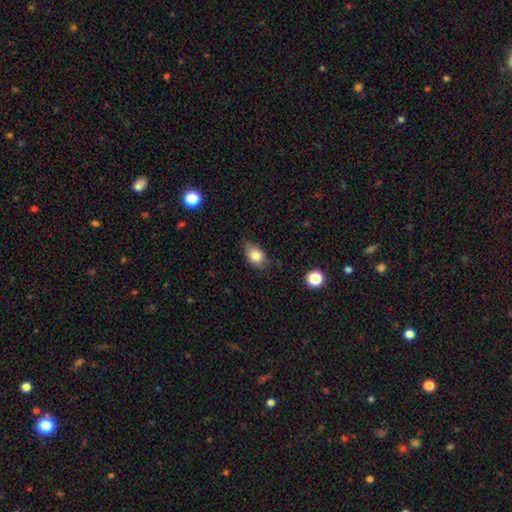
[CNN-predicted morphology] The model was most divided on "merging": none: 71%, minor disturbance: 23%, major disturbance: 4%, merger: 2%. More confident: smooth or featured — smooth (83%); how rounded — in between (77%).